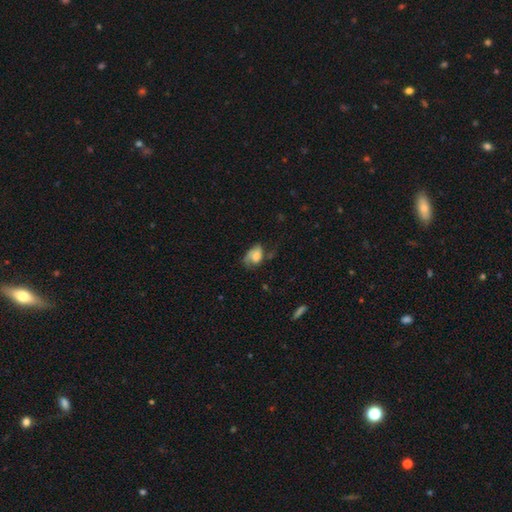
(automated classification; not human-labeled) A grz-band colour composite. It shows a smooth galaxy with no disk features (54%) that is in between round and cigar-shaped (83%). Merging: none (40%).